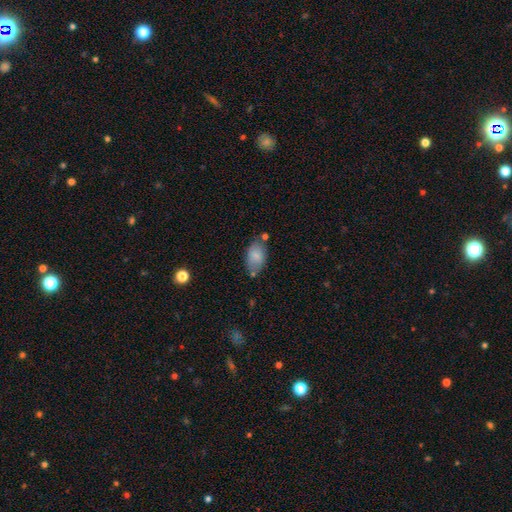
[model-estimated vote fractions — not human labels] A smooth galaxy with no disk features (83%) that is in between round and cigar-shaped (93%). Merging: none (66%).